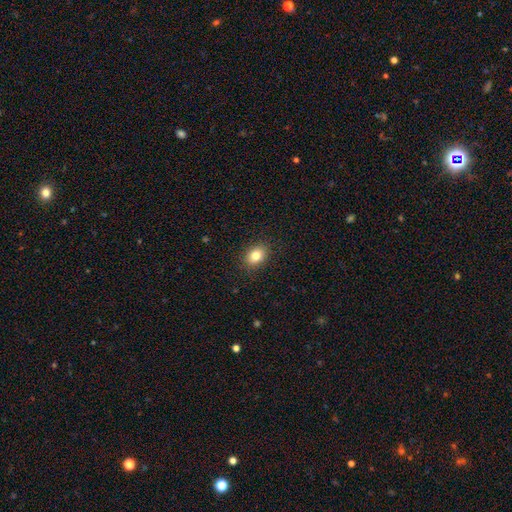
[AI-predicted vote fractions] A smooth galaxy with no disk features (82%) that is in between round and cigar-shaped (63%).

Vote fractions:
- Smooth or featured? smooth: 82% / star or artifact: 10% / featured or disk: 8%
- How rounded? in between: 63% / round: 36% / cigar-shaped: 1%
- Merging? none: 88% / minor disturbance: 8% / major disturbance: 2% / merger: 1%